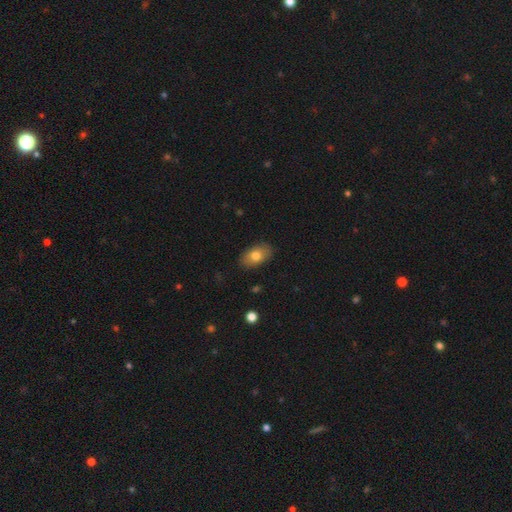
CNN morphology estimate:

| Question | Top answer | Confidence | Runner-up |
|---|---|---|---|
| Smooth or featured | smooth | 76% | featured or disk (16%) |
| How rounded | in between | 90% | round (9%) |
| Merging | none | 86% | minor disturbance (11%) |